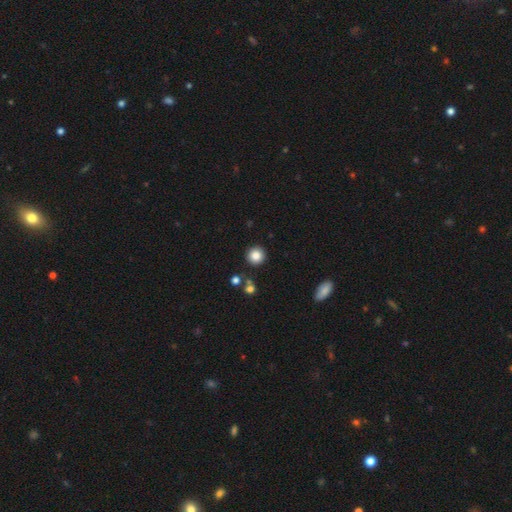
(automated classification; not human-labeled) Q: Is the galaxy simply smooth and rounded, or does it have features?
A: smooth — 84%.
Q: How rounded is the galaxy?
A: round — 94%.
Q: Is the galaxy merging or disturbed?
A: none — 89%.